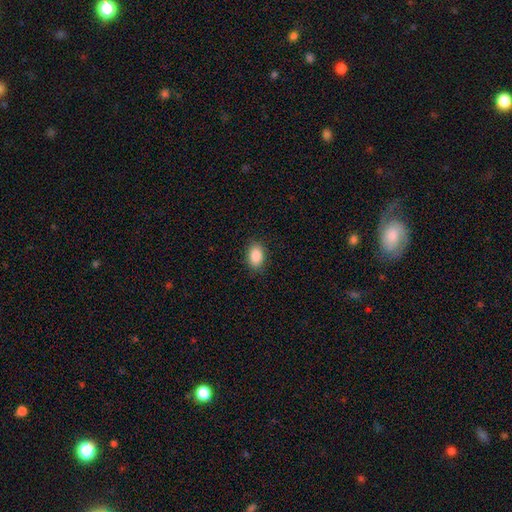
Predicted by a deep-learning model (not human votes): Overall: smooth (89%). How rounded: in between (85%). Merging: none (87%).